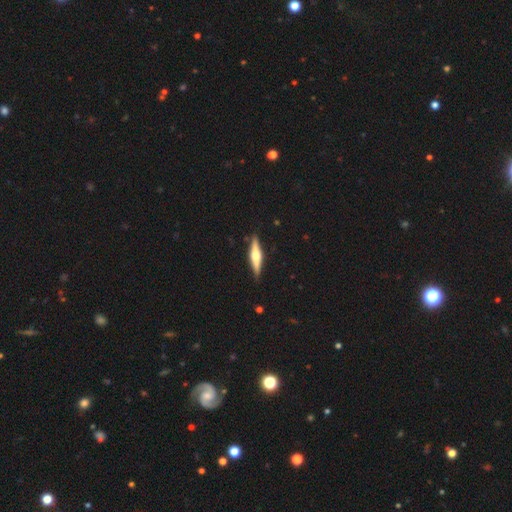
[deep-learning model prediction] A featured or disk galaxy (69%) viewed edge-on (97%) with a rounded central bulge (92%). Merging: none (89%).